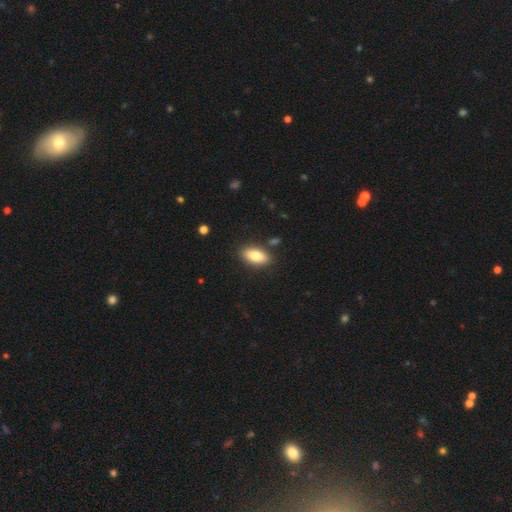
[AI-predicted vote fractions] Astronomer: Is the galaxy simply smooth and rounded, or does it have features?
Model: smooth — 80%.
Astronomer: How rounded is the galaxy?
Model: in between — 89%.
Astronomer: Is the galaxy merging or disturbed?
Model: none — 85%.